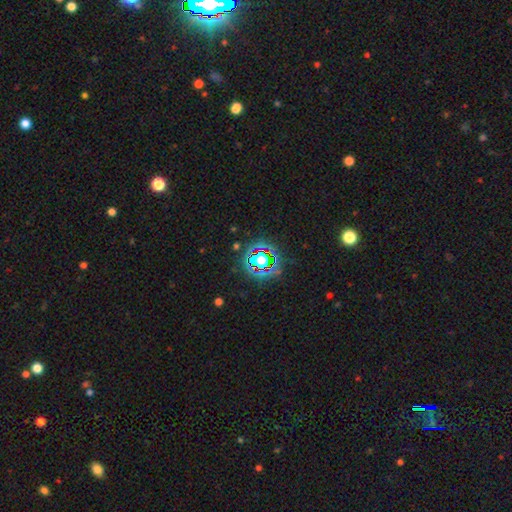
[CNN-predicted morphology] This appears to be a star or artifact, not a galaxy (69%).